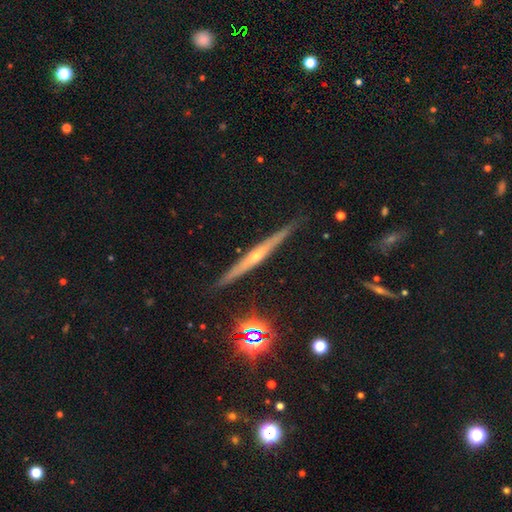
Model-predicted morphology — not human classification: type=featured or disk (78%); edge-on=yes (98%); edge-on bulge=rounded (76%); merging=none (89%).